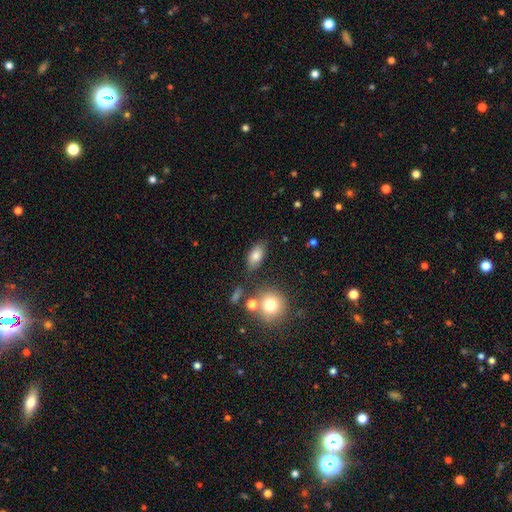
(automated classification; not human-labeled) This appears to be a smooth galaxy with no disk features (78%) that is in between round and cigar-shaped (87%). Merging: none (76%).